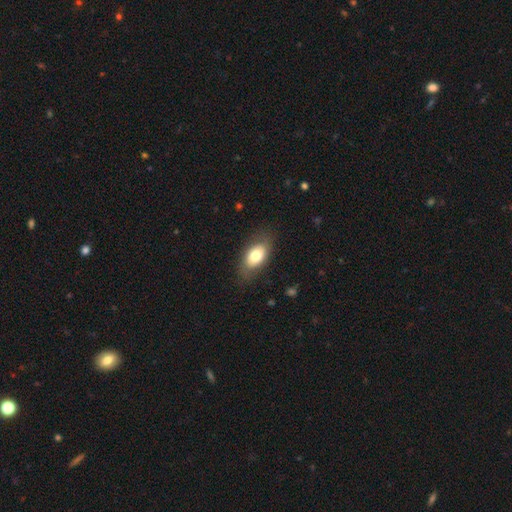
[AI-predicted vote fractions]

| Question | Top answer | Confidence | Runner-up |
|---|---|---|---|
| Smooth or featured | smooth | 73% | featured or disk (20%) |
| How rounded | in between | 90% | round (7%) |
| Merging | none | 76% | minor disturbance (17%) |